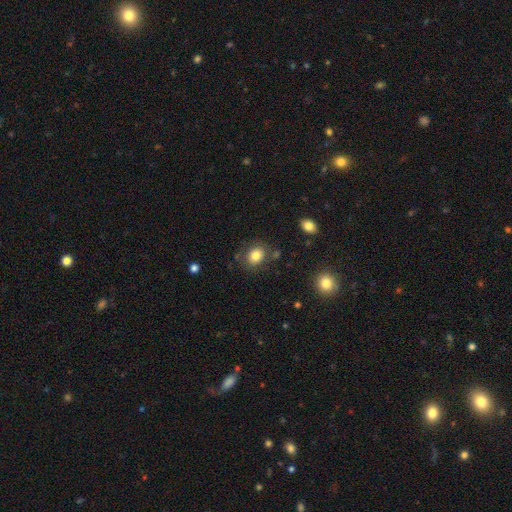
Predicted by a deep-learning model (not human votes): Smooth or featured? Predicted: smooth (p=0.81). How rounded? Predicted: round (p=0.59). Merging? Predicted: none (p=0.78).